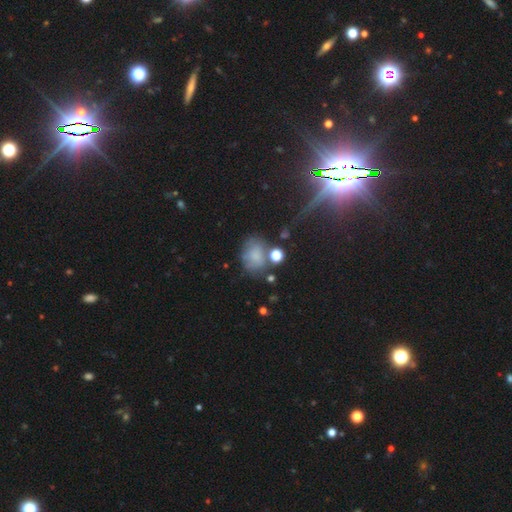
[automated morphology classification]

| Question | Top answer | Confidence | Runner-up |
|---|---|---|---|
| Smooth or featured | smooth | 67% | featured or disk (18%) |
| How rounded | in between | 61% | round (38%) |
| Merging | none | 50% | minor disturbance (24%) |